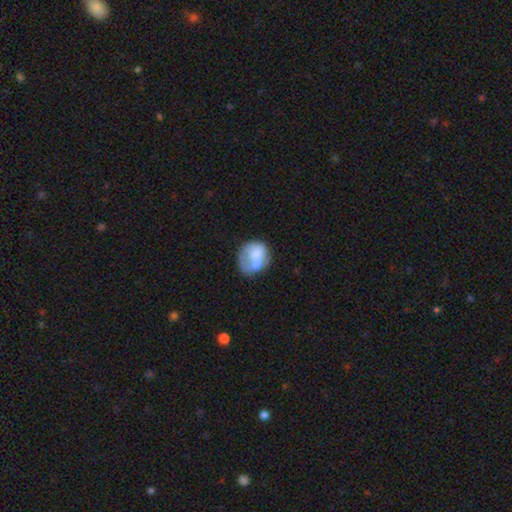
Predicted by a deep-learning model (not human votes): Smooth or featured: smooth — 57% (featured or disk — 36%)
How rounded: round — 64% (in between — 35%)
Merging: none — 36% (merger — 28%)